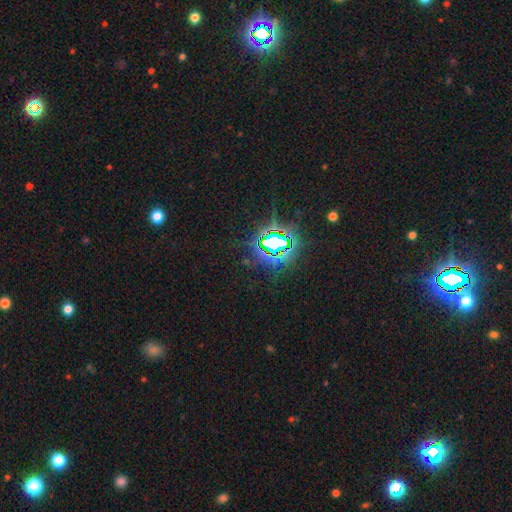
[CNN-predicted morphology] Smooth or featured: star or artifact — 82% (smooth — 12%)